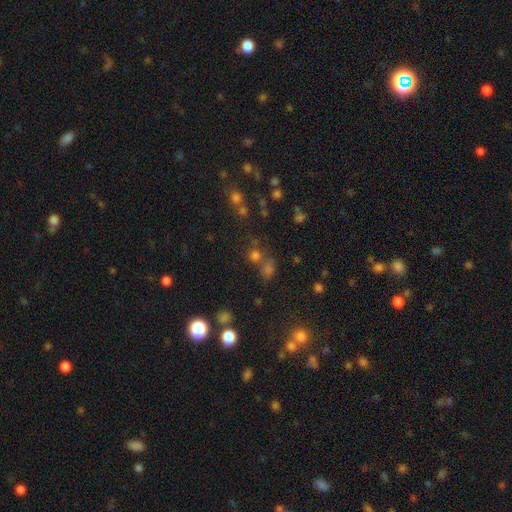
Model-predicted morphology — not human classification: A smooth galaxy with no disk features (55%) that is round (80%). Merging: none (57%).